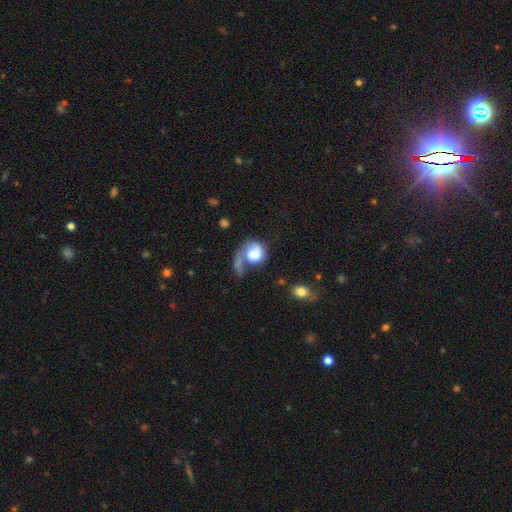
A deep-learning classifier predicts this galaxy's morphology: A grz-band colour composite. It shows a smooth galaxy with no disk features (47%). Merging: major disturbance (44%).